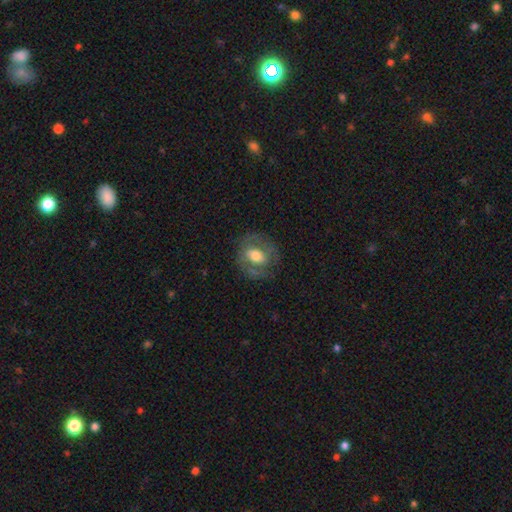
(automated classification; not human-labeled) Overall: featured or disk (52%; smooth 41%). Edge-on disk: no (95%). Merging: none (70%).